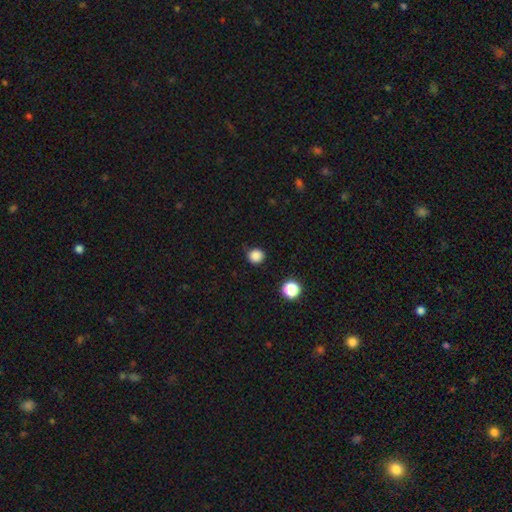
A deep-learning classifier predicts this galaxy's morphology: A smooth galaxy with no disk features (85%) that is round (92%).

Vote fractions:
- Smooth or featured? smooth: 85% / star or artifact: 12% / featured or disk: 3%
- How rounded? round: 92% / in between: 7% / cigar-shaped: 1%
- Merging? none: 82% / minor disturbance: 13% / major disturbance: 3% / merger: 2%